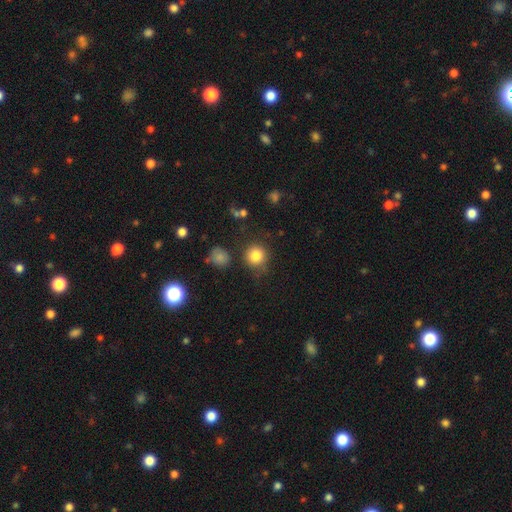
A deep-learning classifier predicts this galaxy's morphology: Smooth or featured: smooth — 84% (star or artifact — 11%)
How rounded: round — 90% (in between — 9%)
Merging: none — 77% (minor disturbance — 14%)